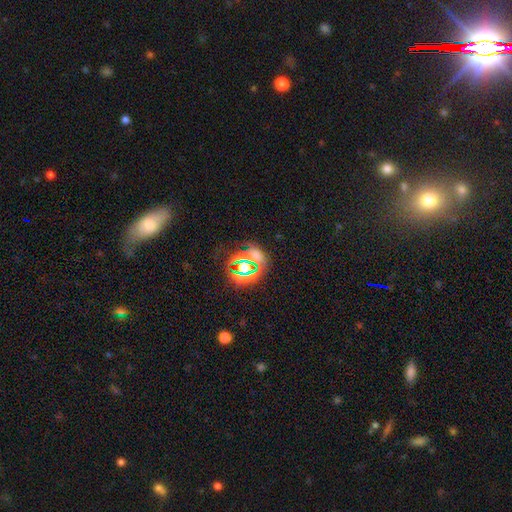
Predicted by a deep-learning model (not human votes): Morphology: type=star or artifact (58%).